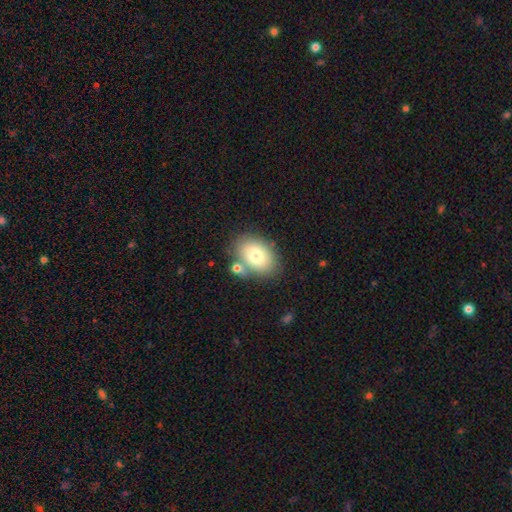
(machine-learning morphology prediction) Smooth or featured: smooth — 77% (featured or disk — 15%)
How rounded: in between — 80% (round — 19%)
Merging: none — 71% (minor disturbance — 13%)